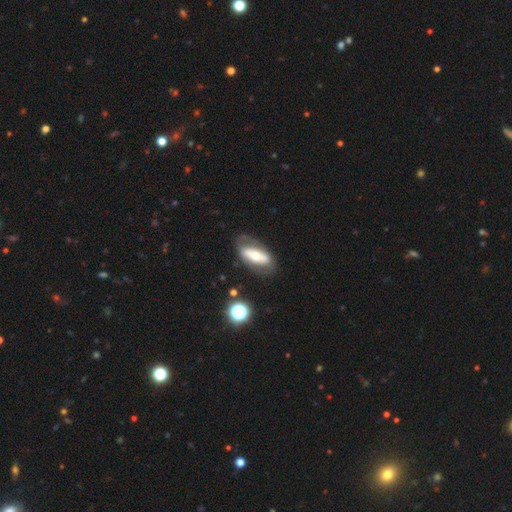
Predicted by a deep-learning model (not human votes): This appears to be a featured or disk galaxy (52%). Merging: none (66%).